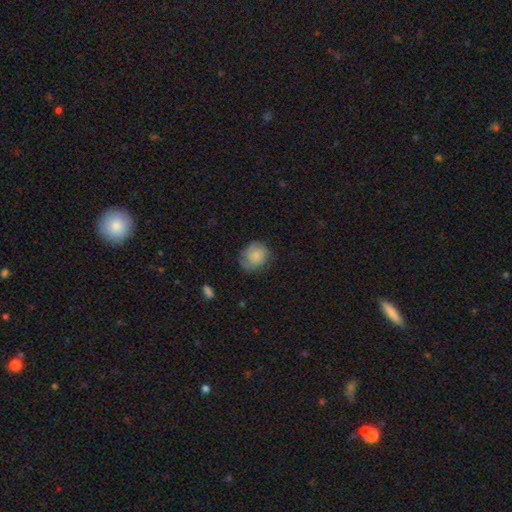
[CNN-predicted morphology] Smooth or featured?
  - smooth: 73% *
  - featured or disk: 20%
  - star or artifact: 8%
How rounded?
  - round: 67% *
  - in between: 32%
  - cigar-shaped: 1%
Merging?
  - none: 62% *
  - minor disturbance: 28%
  - major disturbance: 9%
  - merger: 1%